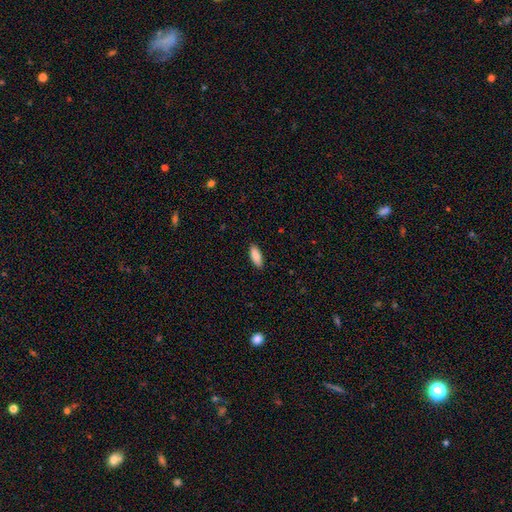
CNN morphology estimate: The model was most divided on "how rounded": in between: 80%, cigar-shaped: 18%, round: 2%. More confident: smooth or featured — smooth (89%); merging — none (89%).